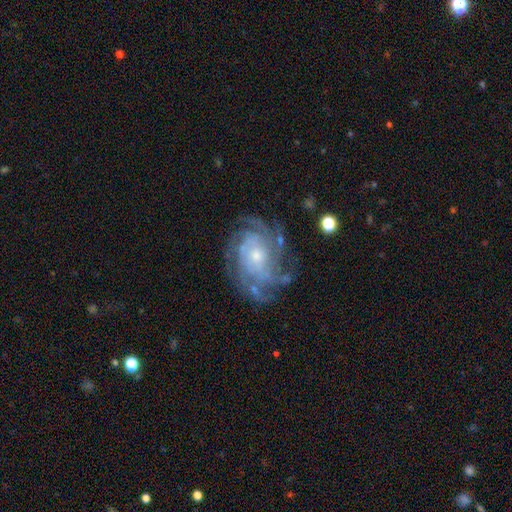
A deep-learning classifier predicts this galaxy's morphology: This is clearly a featured or disk galaxy (88%). It is clearly not viewed edge-on (97%). Bar: likely no (73%). Spiral arm pattern: clearly yes (97%). Spiral arm count: marginally 4 (29%). Spiral winding: likely tight (65%). Central bulge: possibly small (57%). Merging: likely none (74%).